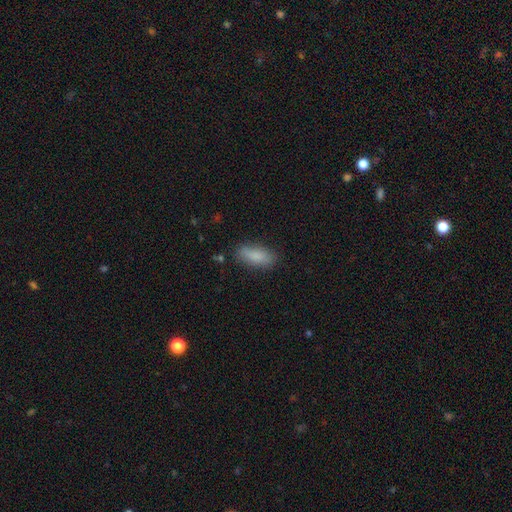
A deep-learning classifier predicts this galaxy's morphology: smooth 86%, featured or disk 8%, star or artifact 7%. Down the decision tree: how rounded — in between (73%); merging — none (81%).